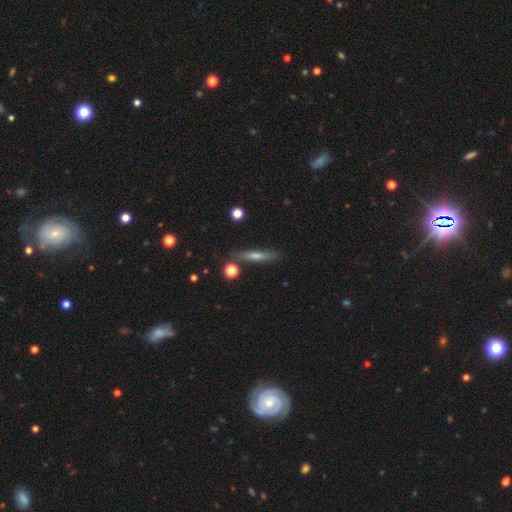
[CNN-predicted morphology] smooth_or_featured: smooth (p=0.52) [alt: featured or disk p=0.39]
how_rounded: cigar-shaped (p=0.87) [alt: in between p=0.10]
merging: none (p=0.84) [alt: minor disturbance p=0.10]